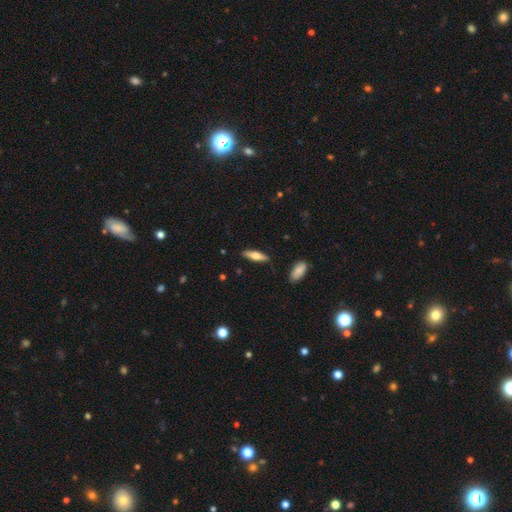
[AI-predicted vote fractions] Q: Smooth or featured?
A: smooth (55%); runner-up: featured or disk (39%)
Q: How rounded?
A: cigar-shaped (59%); runner-up: in between (39%)
Q: Merging?
A: none (88%); runner-up: minor disturbance (9%)